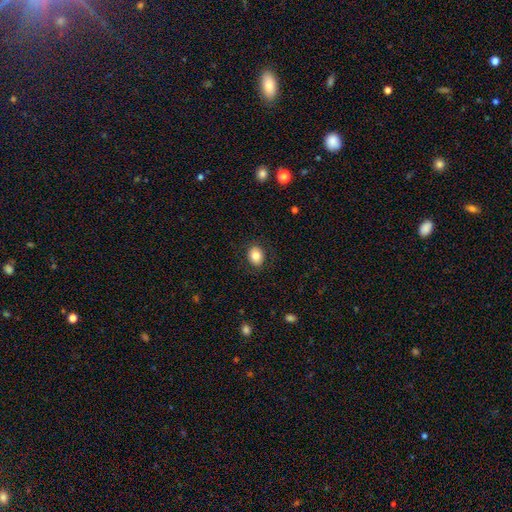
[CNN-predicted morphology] Smooth or featured? smooth (82%)
How rounded? round (54%)
Merging? none (87%)